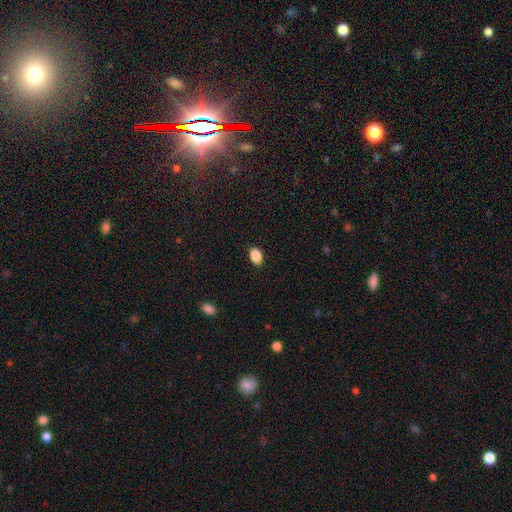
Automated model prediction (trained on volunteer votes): smooth_or_featured: smooth (p=0.89) [alt: star or artifact p=0.08]
how_rounded: in between (p=0.88) [alt: round p=0.11]
merging: none (p=0.89) [alt: minor disturbance p=0.08]